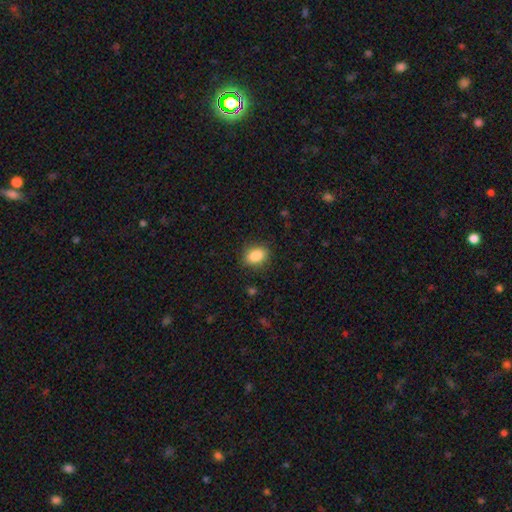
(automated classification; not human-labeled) Smooth or featured?
  - smooth: 87% *
  - star or artifact: 8%
  - featured or disk: 5%
How rounded?
  - in between: 76% *
  - round: 23%
  - cigar-shaped: 2%
Merging?
  - none: 85% *
  - minor disturbance: 11%
  - major disturbance: 3%
  - merger: 1%